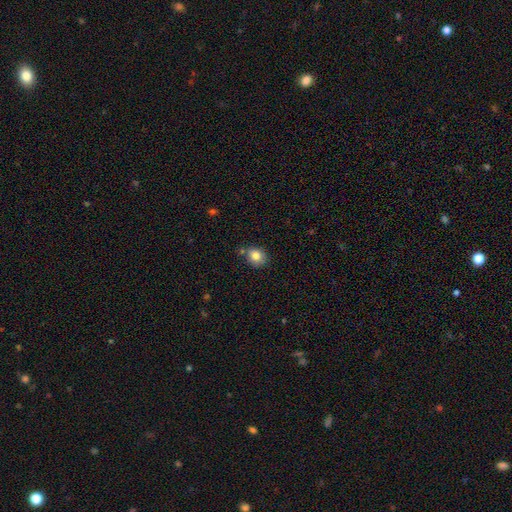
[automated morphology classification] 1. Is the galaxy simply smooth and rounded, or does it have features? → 82% smooth, 10% star or artifact, 8% featured or disk.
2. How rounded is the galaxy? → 65% round, 34% in between, 1% cigar-shaped.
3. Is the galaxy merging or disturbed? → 69% none, 19% minor disturbance, 8% merger, 4% major disturbance.